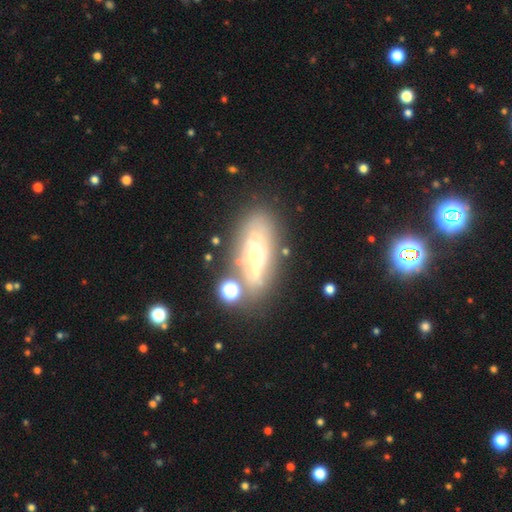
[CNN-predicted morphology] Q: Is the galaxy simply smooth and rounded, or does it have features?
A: featured or disk — 61%.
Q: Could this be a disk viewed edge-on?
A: no — 67%.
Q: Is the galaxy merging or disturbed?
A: none — 65%.